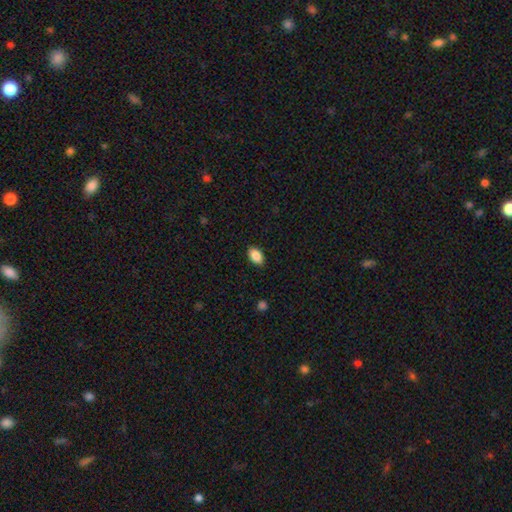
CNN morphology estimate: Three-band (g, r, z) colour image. It shows a smooth galaxy with no disk features (88%) that is in between round and cigar-shaped (91%). Merging: none (88%).